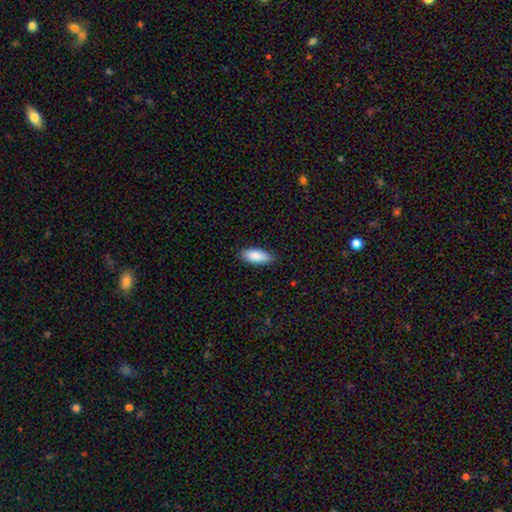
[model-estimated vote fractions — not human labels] This appears to be a smooth galaxy with no disk features (87%) that is in between round and cigar-shaped (81%). Merging: none (85%).